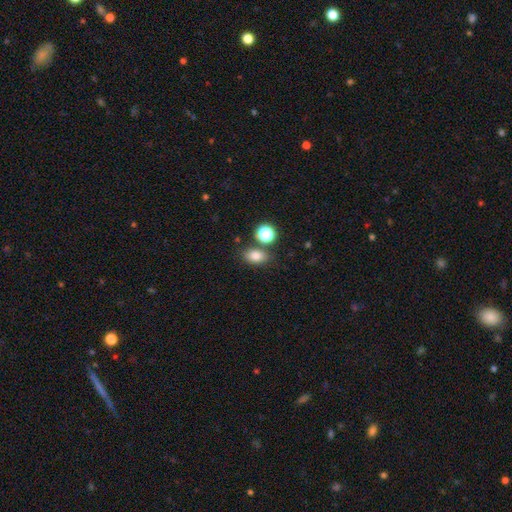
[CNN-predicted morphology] This is likely a smooth galaxy (79%). How rounded: likely in between (76%). Merging: likely none (73%).